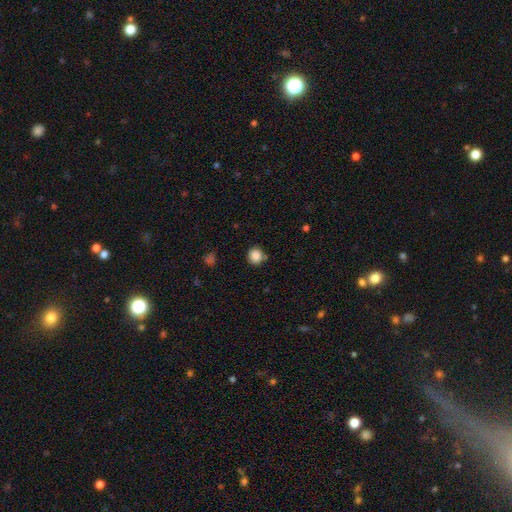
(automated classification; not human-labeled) Overall: smooth (87%). How rounded: round (89%). Merging: none (81%).